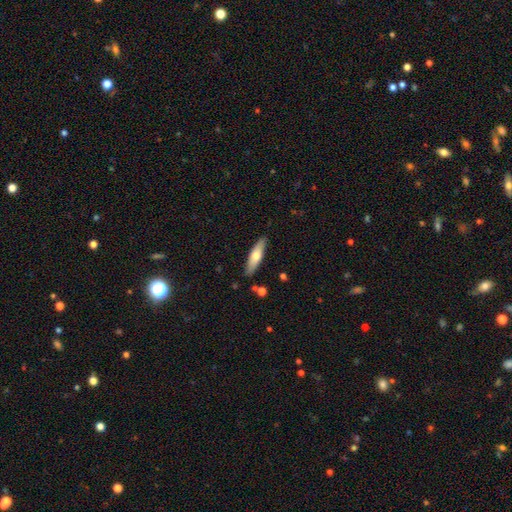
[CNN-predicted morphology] Overall: smooth (59%; featured or disk 35%). How rounded: cigar-shaped (66%; in between 32%). Merging: none (86%).